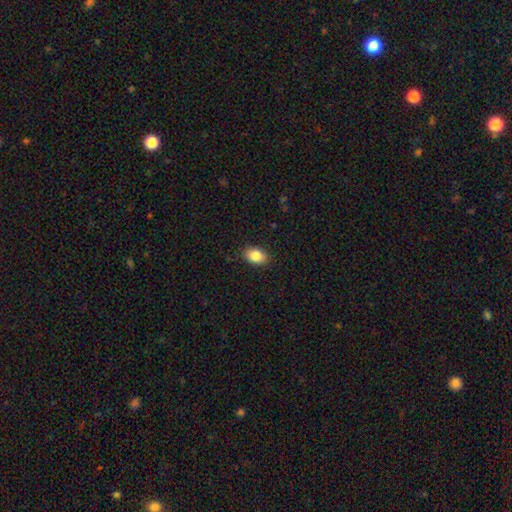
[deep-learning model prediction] A smooth galaxy with no disk features (85%) that is in between round and cigar-shaped (83%).

Vote fractions:
- Smooth or featured? smooth: 85% / star or artifact: 8% / featured or disk: 7%
- How rounded? in between: 83% / round: 16% / cigar-shaped: 1%
- Merging? none: 88% / minor disturbance: 9% / major disturbance: 2% / merger: 1%